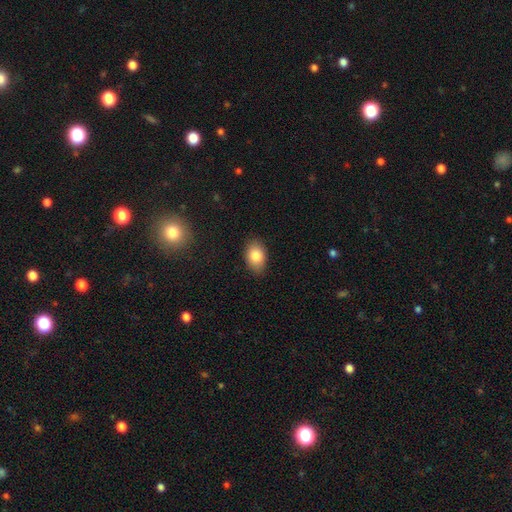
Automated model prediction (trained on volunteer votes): Overall: smooth (84%). How rounded: in between (83%). Merging: none (85%).